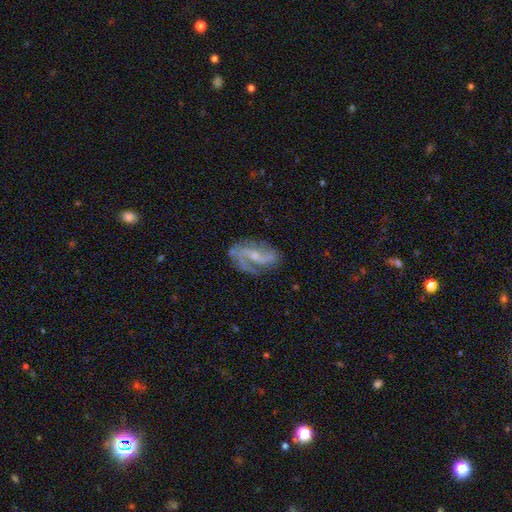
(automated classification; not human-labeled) Smooth or featured: featured or disk — 86% (smooth — 8%)
Edge-on disk: no — 97% (yes — 3%)
Bar: weak — 42% (tied with no — 42%)
Spiral arms: yes — 95% (no — 5%)
Spiral winding: loose — 45% (medium — 42%)
Spiral arm count: 2 — 81% (can't tell — 6%)
Bulge size: small — 64% (moderate — 28%)
Merging: none — 67% (minor disturbance — 20%)